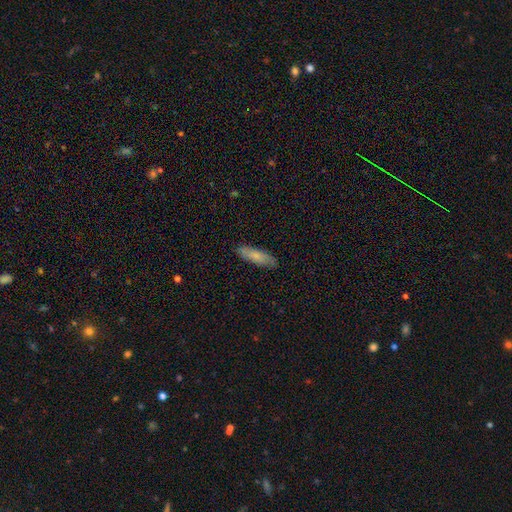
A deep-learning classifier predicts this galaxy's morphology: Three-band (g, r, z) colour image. It shows a smooth galaxy with no disk features (79%) that is cigar-shaped (59%). Merging: none (85%).